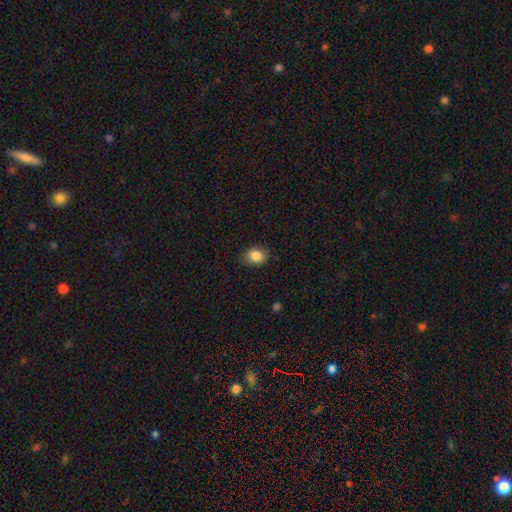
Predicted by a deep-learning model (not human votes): Q: Smooth or featured?
A: smooth (86%); runner-up: star or artifact (9%)
Q: How rounded?
A: in between (52%); runner-up: round (47%)
Q: Merging?
A: none (85%); runner-up: minor disturbance (11%)